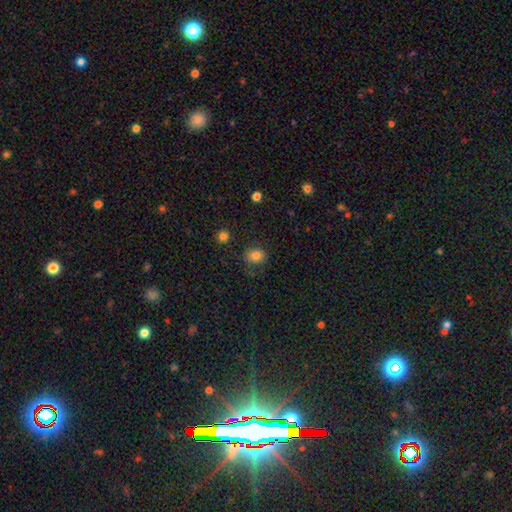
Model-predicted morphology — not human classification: smooth-or-featured: smooth: 80% | star or artifact: 11% | featured or disk: 8%
  how-rounded: round: 64% | in between: 35% | cigar-shaped: 1%
  merging: none: 80% | minor disturbance: 14% | major disturbance: 4% | merger: 2%